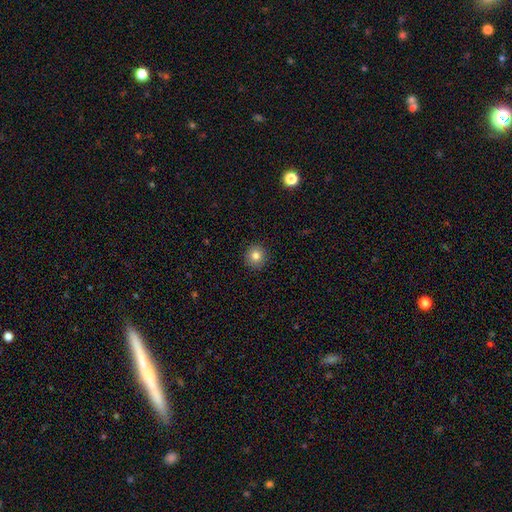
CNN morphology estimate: The model was most divided on "smooth or featured": smooth: 82%, star or artifact: 11%, featured or disk: 7%. More confident: how rounded — round (94%); merging — none (92%).